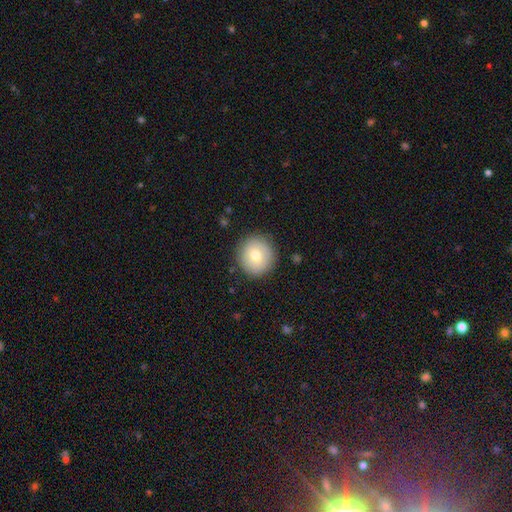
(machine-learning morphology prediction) A smooth galaxy with no disk features (73%) that is round (92%).

Vote fractions:
- Smooth or featured? smooth: 73% / featured or disk: 18% / star or artifact: 9%
- How rounded? round: 92% / in between: 7% / cigar-shaped: 1%
- Merging? none: 88% / minor disturbance: 8% / major disturbance: 2% / merger: 1%